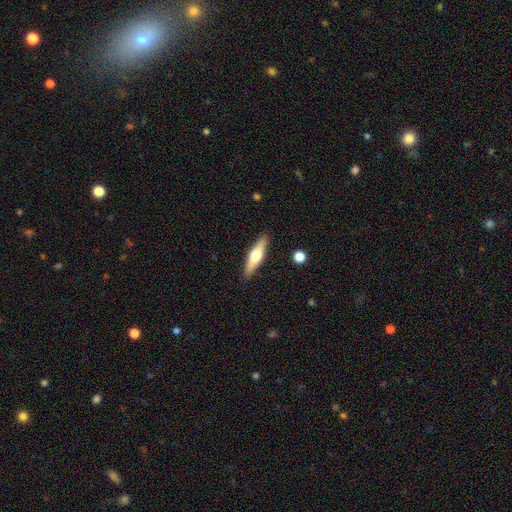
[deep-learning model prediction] Smooth or featured? featured or disk (53%)
Edge-on disk? yes (94%)
Edge-on bulge? rounded (93%)
Merging? none (89%)